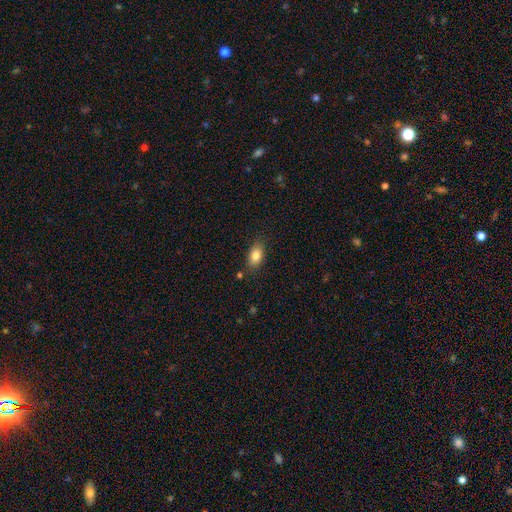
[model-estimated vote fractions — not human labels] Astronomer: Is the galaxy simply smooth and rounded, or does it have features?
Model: smooth — 83%.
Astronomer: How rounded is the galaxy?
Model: in between — 88%.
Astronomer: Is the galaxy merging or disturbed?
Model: none — 81%.